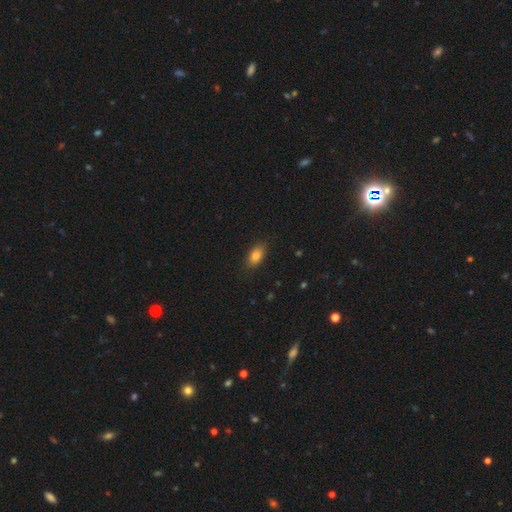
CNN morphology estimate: smooth 83%, star or artifact 9%, featured or disk 8%. Down the decision tree: how rounded — in between (88%); merging — none (86%).